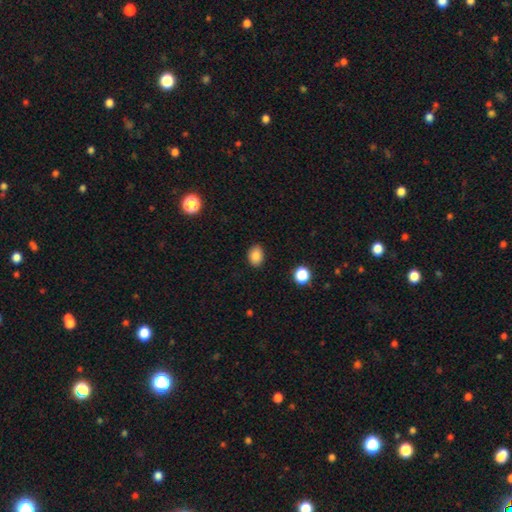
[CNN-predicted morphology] A smooth galaxy with no disk features (85%) that is in between round and cigar-shaped (66%).

Vote fractions:
- Smooth or featured? smooth: 85% / star or artifact: 10% / featured or disk: 5%
- How rounded? in between: 66% / round: 33% / cigar-shaped: 1%
- Merging? none: 88% / minor disturbance: 9% / major disturbance: 2% / merger: 1%